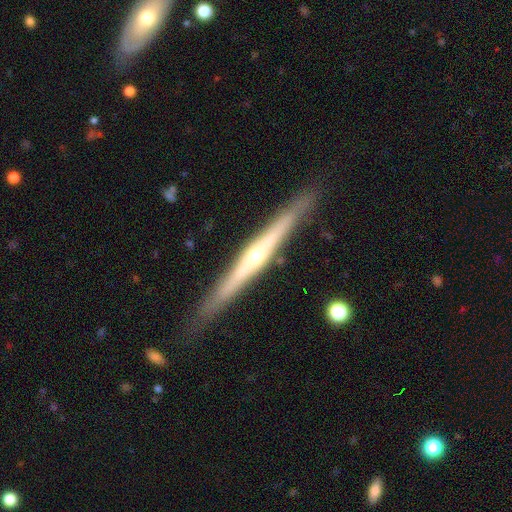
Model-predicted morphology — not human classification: smooth-or-featured: featured or disk: 76% | smooth: 19% | star or artifact: 6%
  disk-edge-on: yes: 96% | no: 4%
    edge-on-bulge: rounded: 78% | none: 16% | boxy: 6%
  merging: none: 87% | minor disturbance: 10% | major disturbance: 2% | merger: 2%